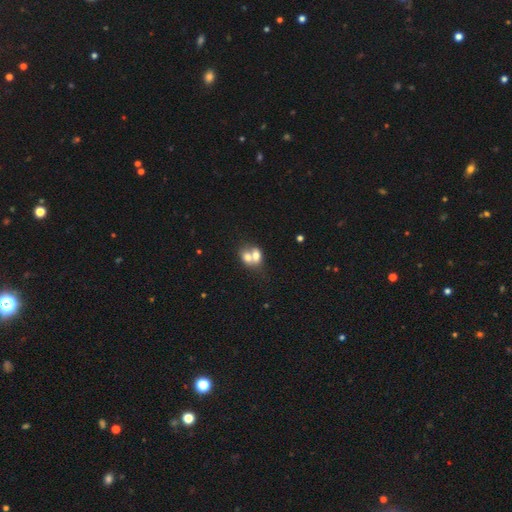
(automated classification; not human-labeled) A smooth galaxy with no disk features (67%) that is in between round and cigar-shaped (69%).

Vote fractions:
- Smooth or featured? smooth: 67% / featured or disk: 23% / star or artifact: 9%
- How rounded? in between: 69% / round: 29% / cigar-shaped: 2%
- Merging? merger: 71% / none: 19% / minor disturbance: 6% / major disturbance: 4%